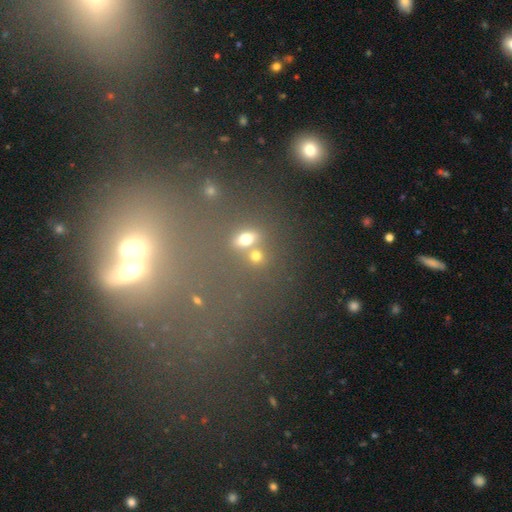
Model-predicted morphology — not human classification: smooth_or_featured: smooth (p=0.63) [alt: star or artifact p=0.25]
how_rounded: round (p=0.57) [alt: in between p=0.37]
merging: none (p=0.62) [alt: merger p=0.24]